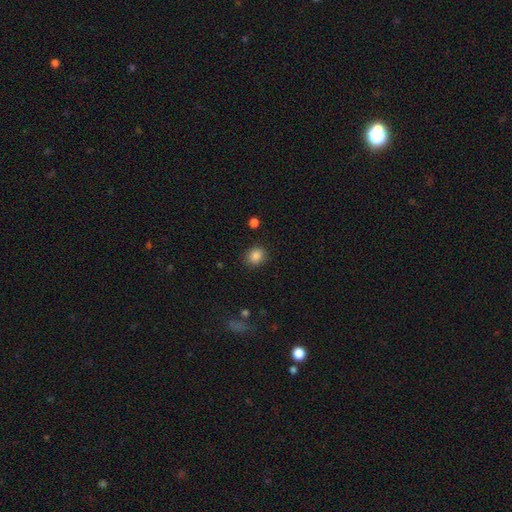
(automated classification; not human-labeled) The model was most divided on "how rounded": round: 68%, in between: 31%, cigar-shaped: 1%. More confident: merging — none (87%); smooth or featured — smooth (86%).